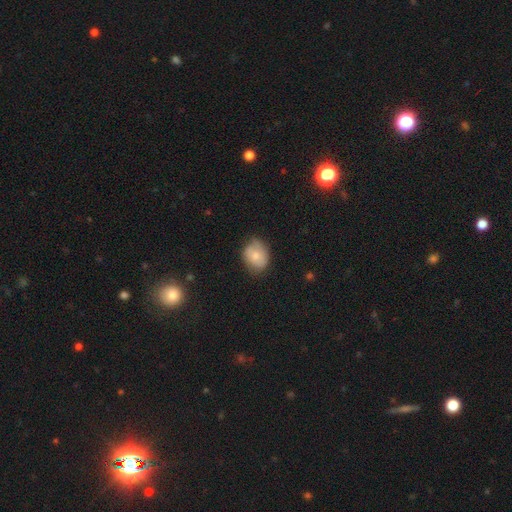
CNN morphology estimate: smooth-or-featured: smooth: 72% | featured or disk: 21% | star or artifact: 7%
  how-rounded: in between: 51% | round: 48% | cigar-shaped: 1%
  merging: none: 63% | minor disturbance: 29% | major disturbance: 6% | merger: 2%